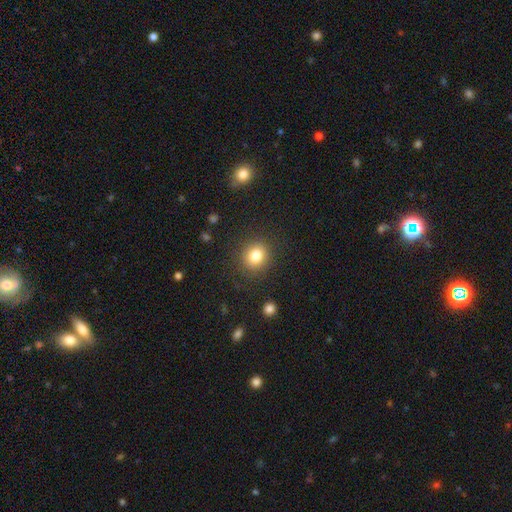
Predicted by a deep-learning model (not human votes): Smooth or featured? Predicted: smooth (p=0.82). How rounded? Predicted: round (p=0.78). Merging? Predicted: none (p=0.86).